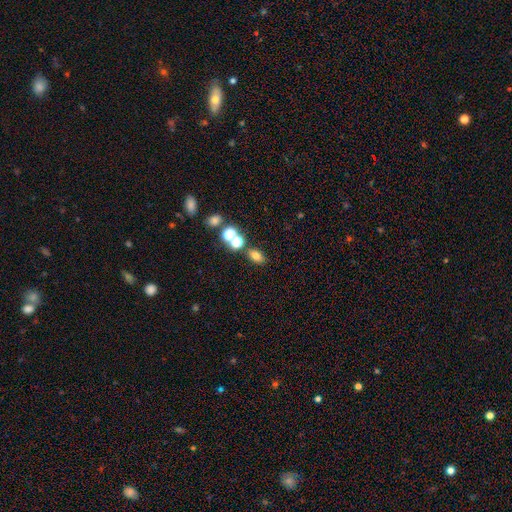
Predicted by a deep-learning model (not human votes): Overall: smooth (71%). How rounded: in between (73%). Merging: none (69%).